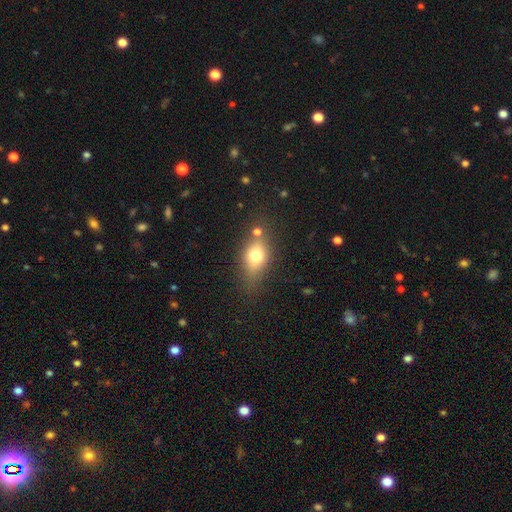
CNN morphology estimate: smooth 71%, featured or disk 18%, star or artifact 11%. Down the decision tree: how rounded — in between (71%); merging — none (61%).